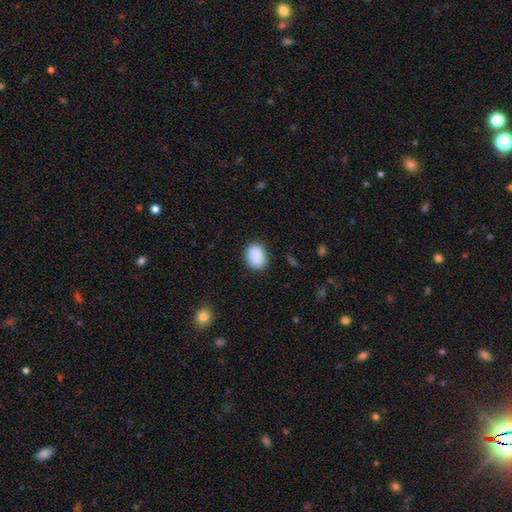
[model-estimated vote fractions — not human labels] This is clearly a smooth galaxy (90%). How rounded: likely in between (63%). Merging: clearly none (84%).